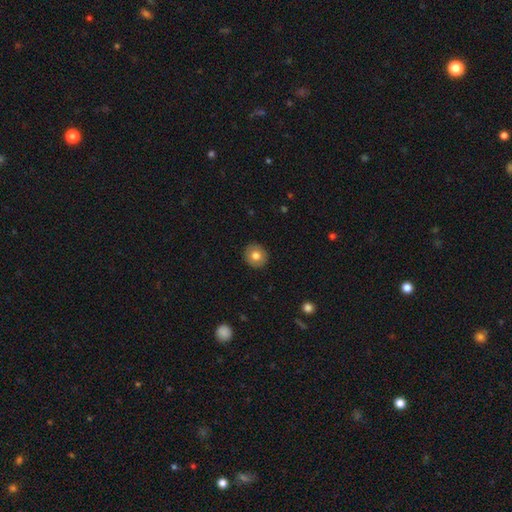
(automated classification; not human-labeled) Smooth or featured?
  - smooth: 76% *
  - featured or disk: 16%
  - star or artifact: 8%
How rounded?
  - round: 87% *
  - in between: 12%
  - cigar-shaped: 1%
Merging?
  - none: 91% *
  - minor disturbance: 6%
  - major disturbance: 2%
  - merger: 1%